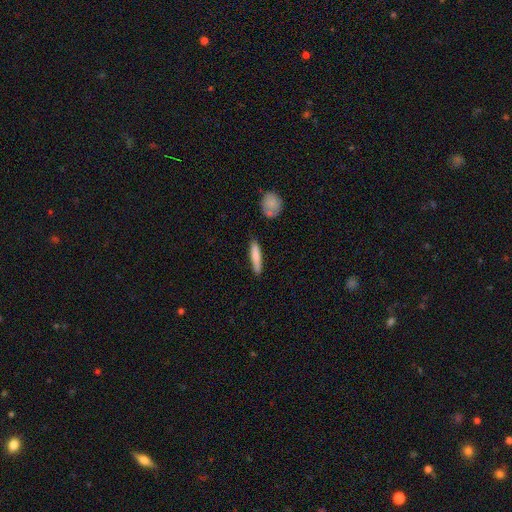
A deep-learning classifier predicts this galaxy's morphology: Smooth or featured: smooth — 77% (featured or disk — 17%)
How rounded: cigar-shaped — 87% (in between — 12%)
Merging: none — 83% (minor disturbance — 12%)